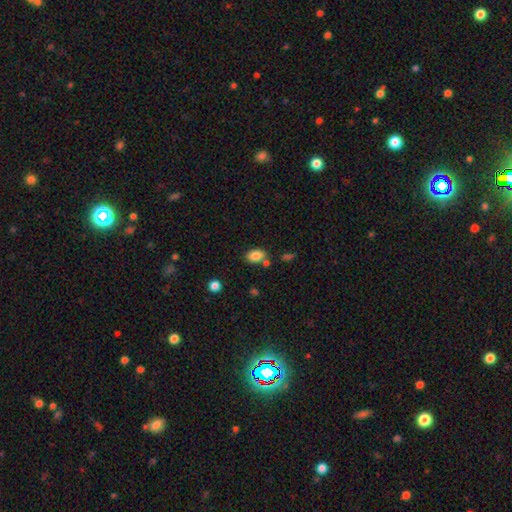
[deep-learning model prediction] Smooth or featured: smooth — 84% (star or artifact — 9%)
How rounded: in between — 84% (round — 14%)
Merging: none — 74% (minor disturbance — 13%)